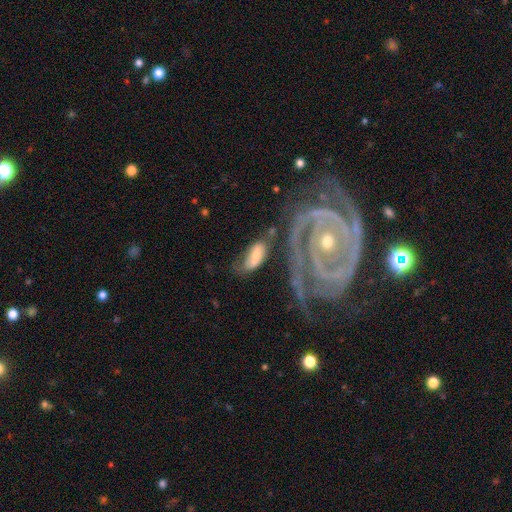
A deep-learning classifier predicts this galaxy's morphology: Overall: smooth (56%; featured or disk 36%). How rounded: in between (86%). Merging: none (37%; minor disturbance 24%).